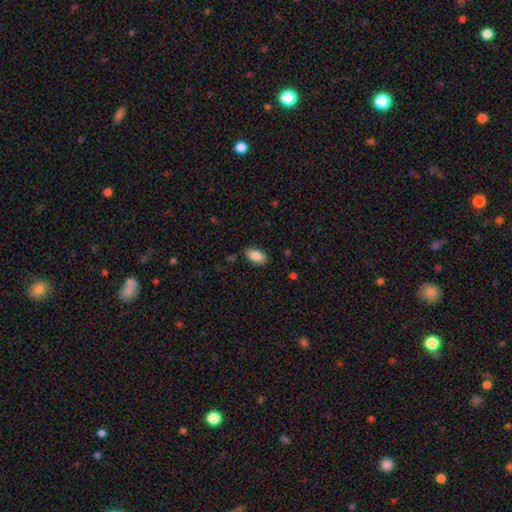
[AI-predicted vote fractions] This is clearly a smooth galaxy (88%). How rounded: clearly in between (93%). Merging: clearly none (86%).